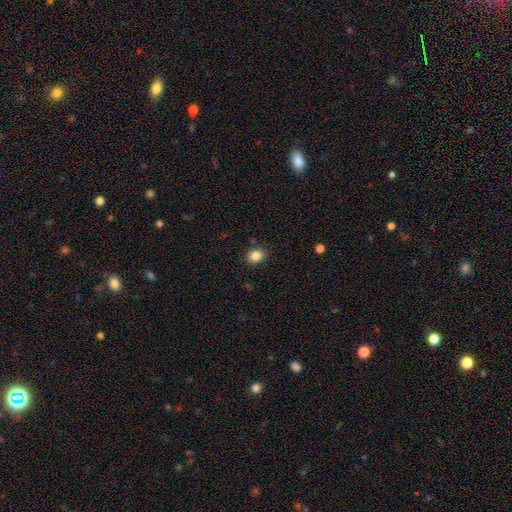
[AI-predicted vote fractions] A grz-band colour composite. It shows a smooth galaxy with no disk features (84%) that is round (52%). Merging: none (86%).